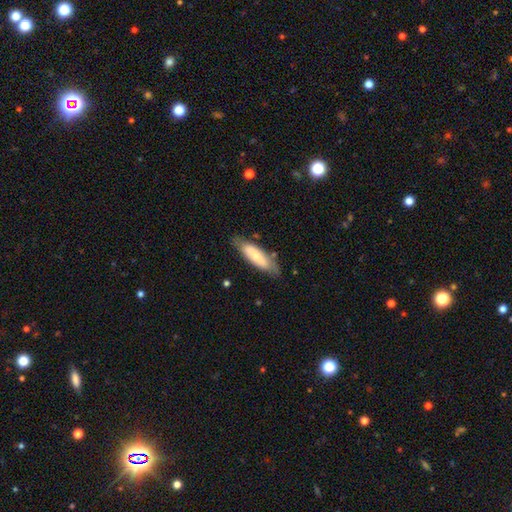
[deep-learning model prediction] Morphology: type=smooth (65%); roundness=cigar-shaped (53%); merging=none (75%).